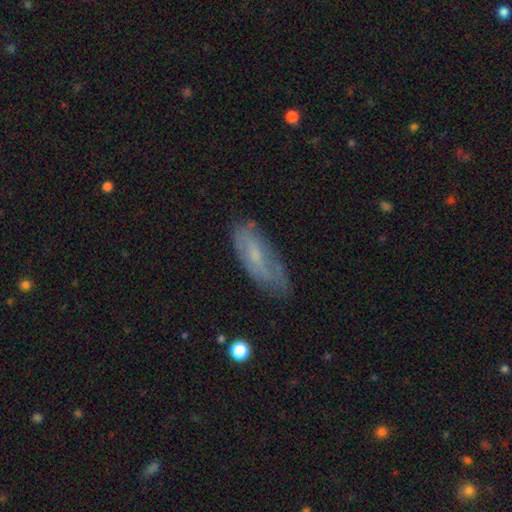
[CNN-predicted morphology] A smooth galaxy with no disk features (48%). Merging: none (61%).